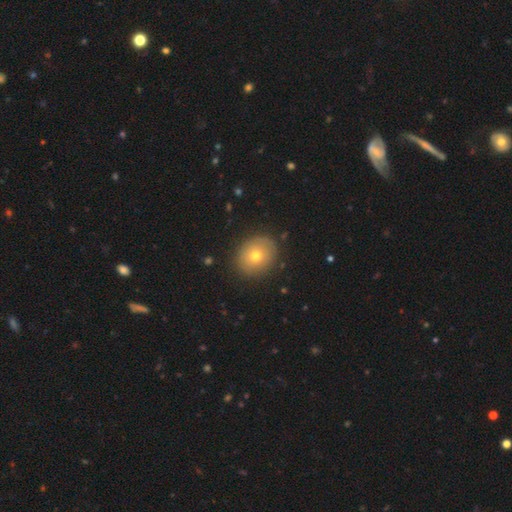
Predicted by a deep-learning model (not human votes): Smooth or featured? Predicted: smooth (p=0.66). How rounded? Predicted: round (p=0.66). Merging? Predicted: none (p=0.85).